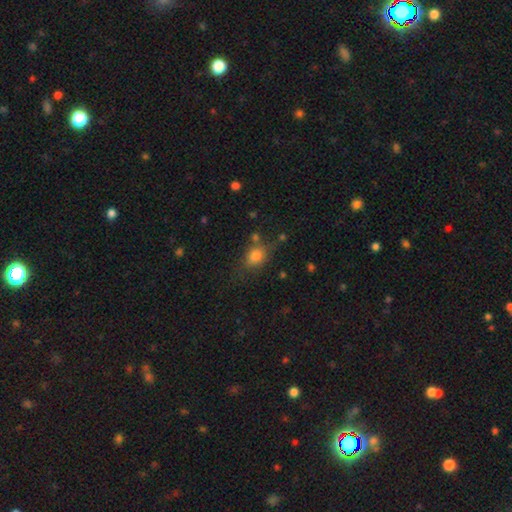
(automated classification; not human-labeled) Smooth or featured?
  - smooth: 79% *
  - star or artifact: 12%
  - featured or disk: 10%
How rounded?
  - in between: 63% *
  - round: 35%
  - cigar-shaped: 2%
Merging?
  - none: 63% *
  - minor disturbance: 21%
  - major disturbance: 9%
  - merger: 7%